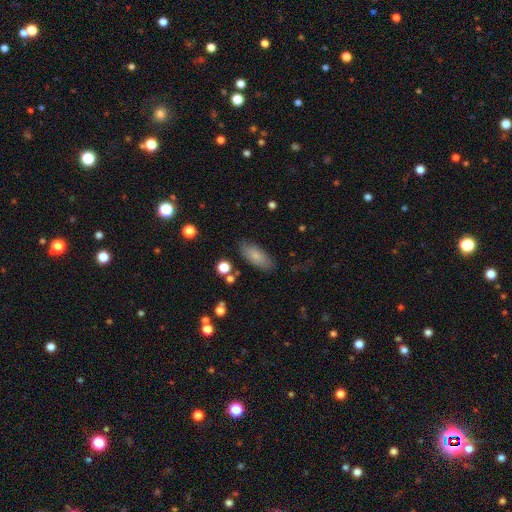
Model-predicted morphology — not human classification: This is clearly a smooth galaxy (81%). How rounded: clearly in between (81%). Merging: clearly none (81%).